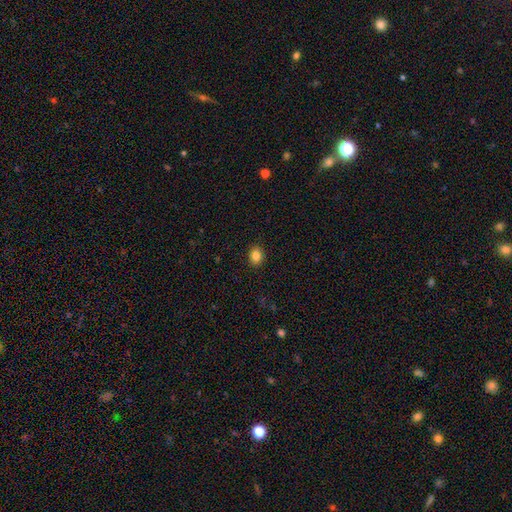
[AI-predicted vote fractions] Overall: smooth (85%). How rounded: in between (52%; round 47%). Merging: none (90%).